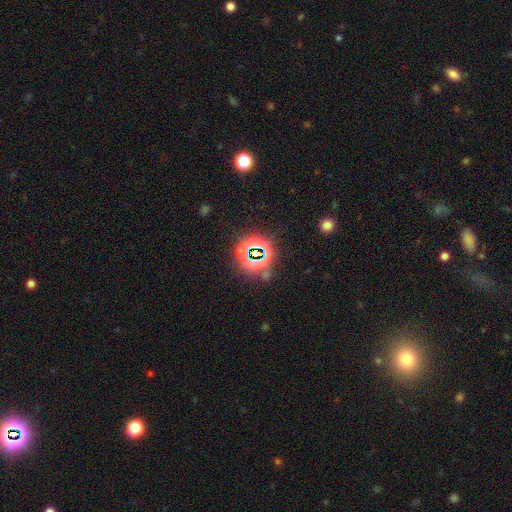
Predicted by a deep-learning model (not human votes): Morphology: type=star or artifact (77%).